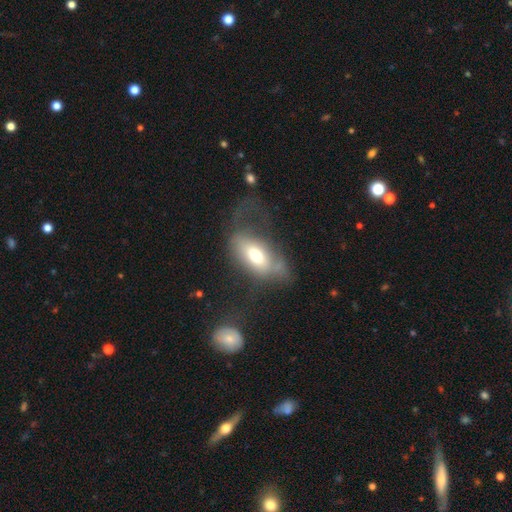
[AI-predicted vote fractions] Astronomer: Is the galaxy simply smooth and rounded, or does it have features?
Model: smooth — 61%.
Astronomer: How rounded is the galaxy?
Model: in between — 87%.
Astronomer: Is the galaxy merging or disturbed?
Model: major disturbance — 46% (runner-up: none, 30%).